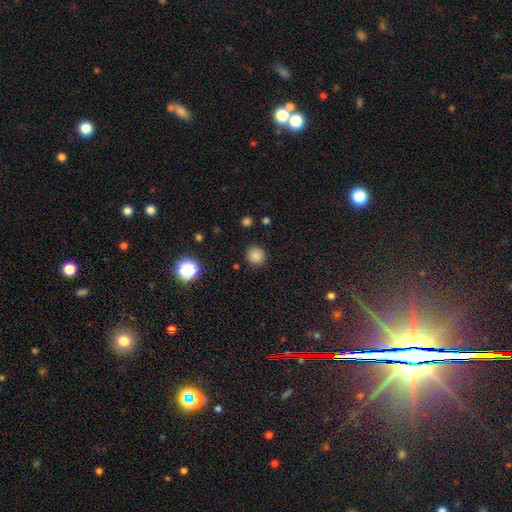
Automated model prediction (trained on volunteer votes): smooth-or-featured: smooth: 84% | star or artifact: 13% | featured or disk: 4%
  how-rounded: round: 89% | in between: 10% | cigar-shaped: 1%
  merging: none: 89% | minor disturbance: 8% | major disturbance: 2% | merger: 1%